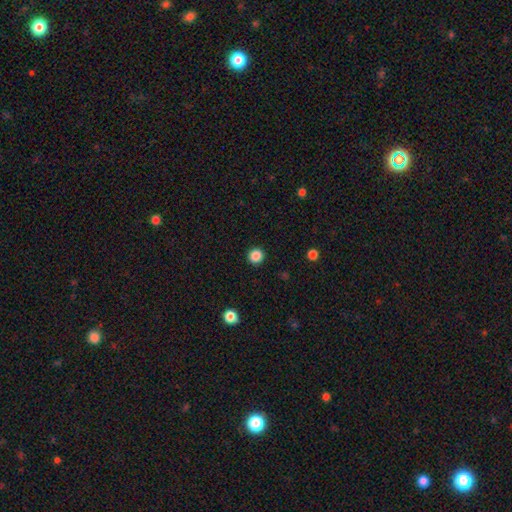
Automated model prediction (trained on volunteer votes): Q: Smooth or featured?
A: smooth (86%); runner-up: star or artifact (11%)
Q: How rounded?
A: round (95%); runner-up: in between (4%)
Q: Merging?
A: none (93%); runner-up: minor disturbance (5%)